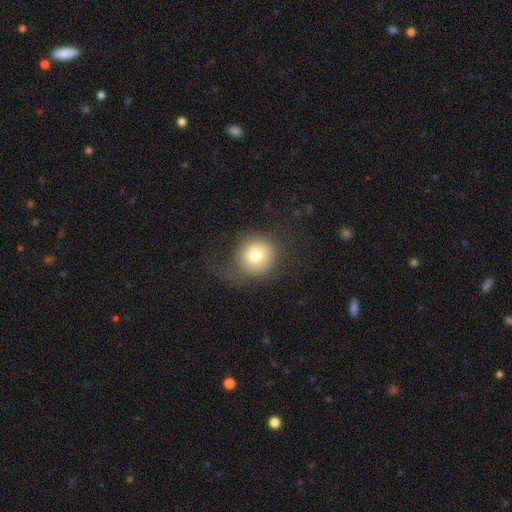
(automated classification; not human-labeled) Smooth or featured: smooth — 75% (featured or disk — 14%)
How rounded: round — 88% (in between — 11%)
Merging: none — 61% (minor disturbance — 21%)